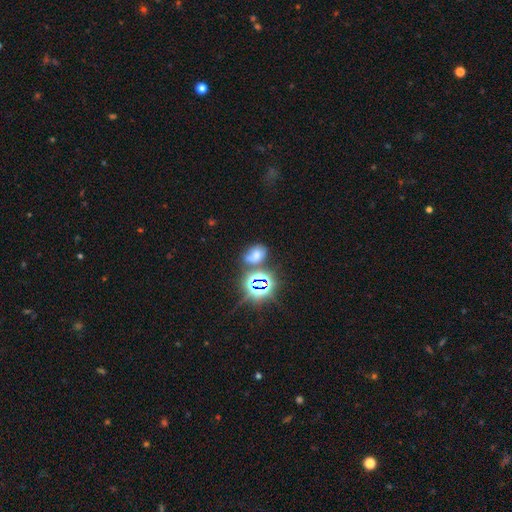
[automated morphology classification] type=smooth (49%); merging=none (54%).